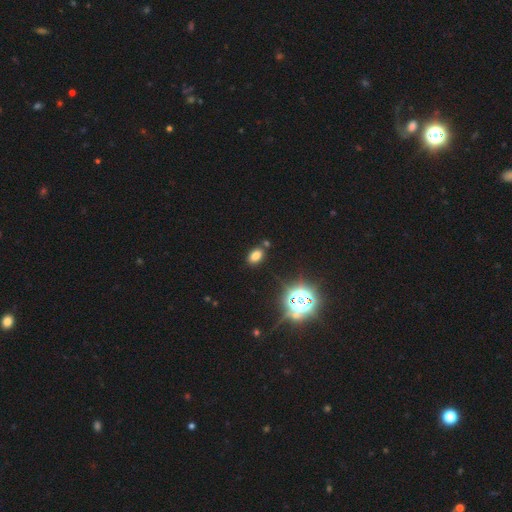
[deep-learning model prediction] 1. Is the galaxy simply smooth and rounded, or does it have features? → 72% smooth, 21% star or artifact, 7% featured or disk.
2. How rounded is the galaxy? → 84% in between, 14% round, 2% cigar-shaped.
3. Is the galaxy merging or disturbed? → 82% none, 10% minor disturbance, 5% merger, 3% major disturbance.